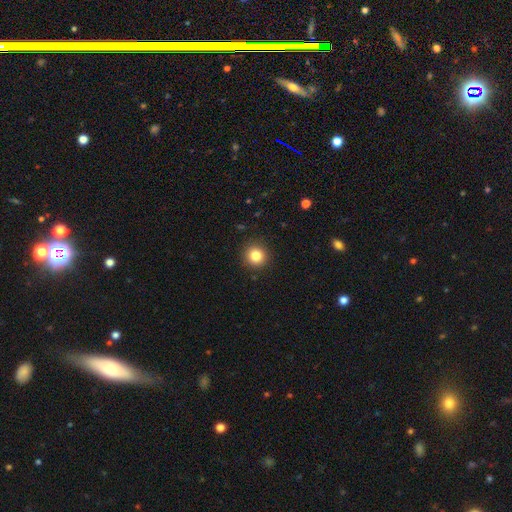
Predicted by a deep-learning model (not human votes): The model was most divided on "smooth or featured": smooth: 84%, star or artifact: 11%, featured or disk: 6%. More confident: how rounded — round (93%); merging — none (91%).